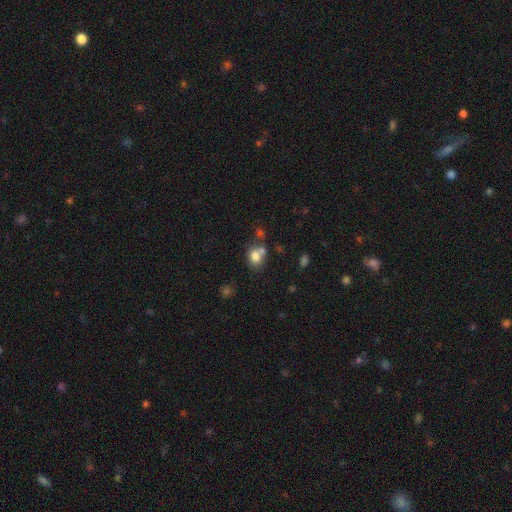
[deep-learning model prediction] A smooth galaxy with no disk features (78%) that is round (58%).

Vote fractions:
- Smooth or featured? smooth: 78% / star or artifact: 11% / featured or disk: 11%
- How rounded? round: 58% / in between: 42% / cigar-shaped: 1%
- Merging? none: 47% / merger: 35% / minor disturbance: 13% / major disturbance: 5%